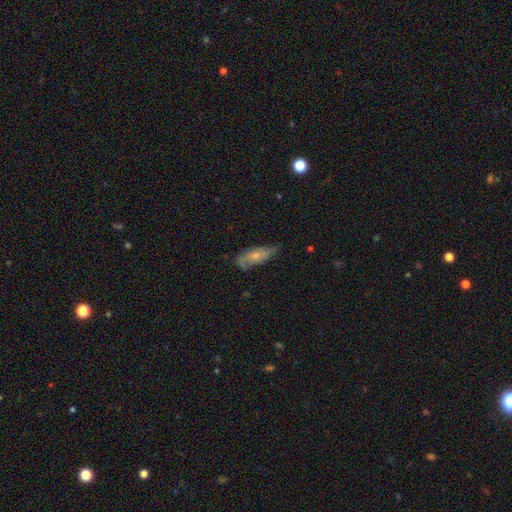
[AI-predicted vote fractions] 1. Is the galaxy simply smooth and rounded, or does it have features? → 52% smooth, 41% featured or disk, 7% star or artifact.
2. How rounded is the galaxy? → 67% in between, 30% cigar-shaped, 3% round.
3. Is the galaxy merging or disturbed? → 62% none, 29% minor disturbance, 7% major disturbance, 2% merger.